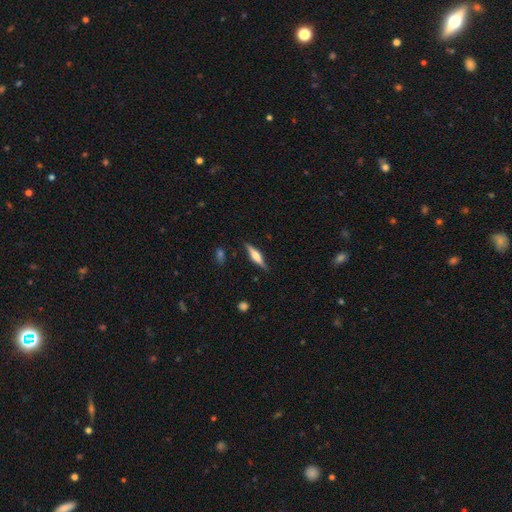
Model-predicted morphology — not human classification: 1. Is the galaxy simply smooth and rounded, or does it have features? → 58% featured or disk, 36% smooth, 6% star or artifact.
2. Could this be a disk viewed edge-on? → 96% yes, 4% no.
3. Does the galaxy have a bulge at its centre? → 80% rounded, 16% boxy, 4% none.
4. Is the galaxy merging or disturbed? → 84% none, 12% minor disturbance, 3% major disturbance, 2% merger.